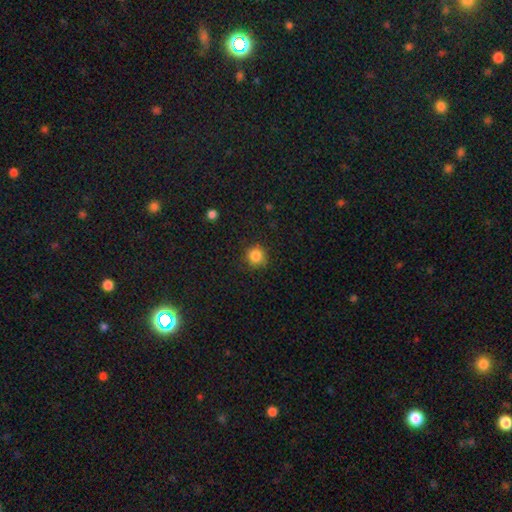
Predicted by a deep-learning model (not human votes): Q: Smooth or featured?
A: smooth (85%); runner-up: star or artifact (11%)
Q: How rounded?
A: round (93%); runner-up: in between (6%)
Q: Merging?
A: none (87%); runner-up: minor disturbance (9%)